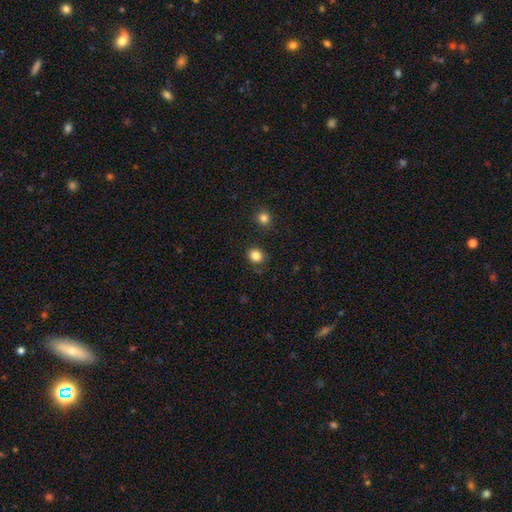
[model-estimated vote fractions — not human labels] smooth 84%, star or artifact 12%, featured or disk 4%. Down the decision tree: how rounded — round (74%); merging — none (82%).